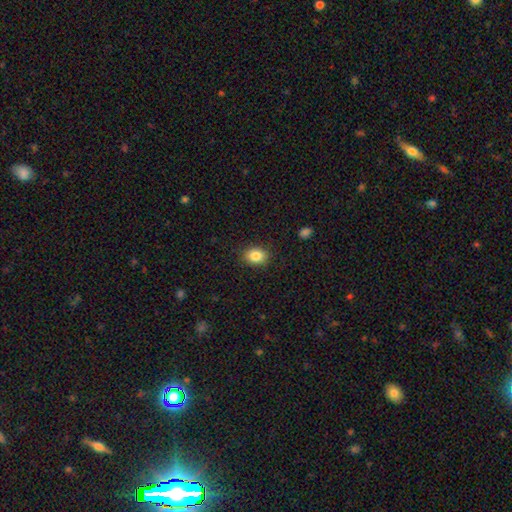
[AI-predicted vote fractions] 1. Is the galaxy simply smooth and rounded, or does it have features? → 85% smooth, 9% star or artifact, 6% featured or disk.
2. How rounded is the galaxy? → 61% in between, 38% round, 1% cigar-shaped.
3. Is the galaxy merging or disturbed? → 87% none, 9% minor disturbance, 3% major disturbance, 1% merger.